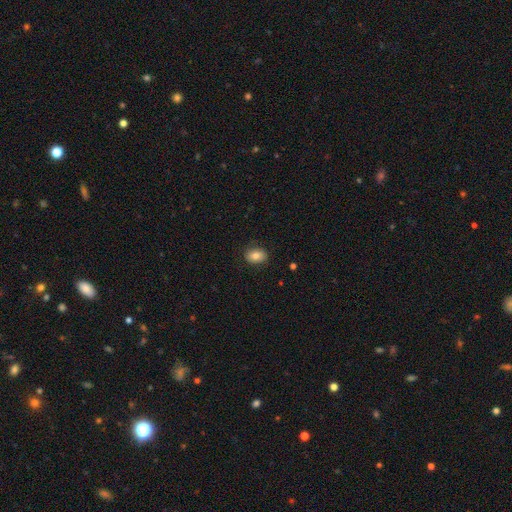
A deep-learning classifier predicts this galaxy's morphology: smooth_or_featured: smooth (p=0.81) [alt: featured or disk p=0.10]
how_rounded: in between (p=0.69) [alt: round p=0.30]
merging: none (p=0.86) [alt: minor disturbance p=0.11]